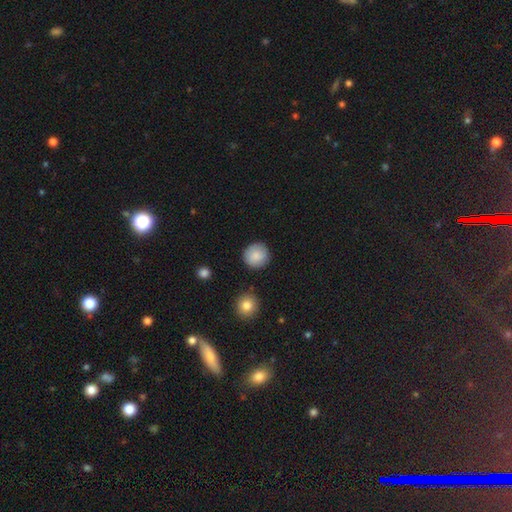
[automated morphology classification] This appears to be a smooth galaxy with no disk features (86%) that is round (94%). Merging: none (89%).